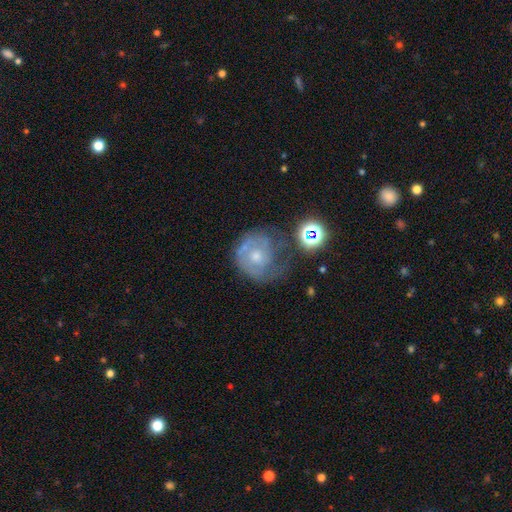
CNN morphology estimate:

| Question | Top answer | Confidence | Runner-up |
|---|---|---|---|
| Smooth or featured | featured or disk | 65% | smooth (25%) |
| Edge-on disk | no | 98% | yes (2%) |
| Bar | no | 78% | weak (19%) |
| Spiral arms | yes | 76% | no (24%) |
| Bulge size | moderate | 49% | small (42%) |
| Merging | none | 42% | minor disturbance (25%) |